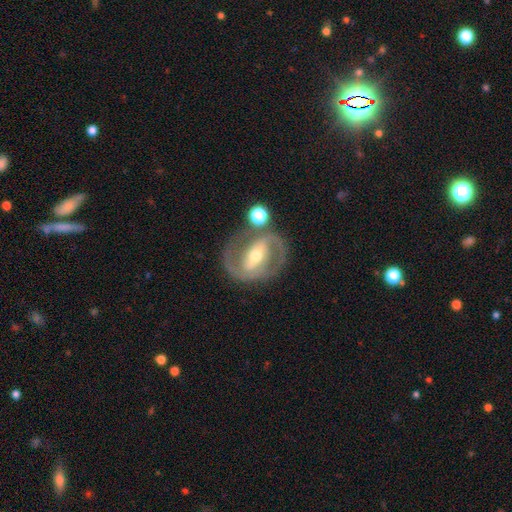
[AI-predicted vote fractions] A featured or disk galaxy (86%) with a strong bar (54%), 2 (89%) medium (52%) spiral arms (91%) and a moderate central bulge (61%).

Vote fractions:
- Smooth or featured? featured or disk: 86% / smooth: 8% / star or artifact: 5%
- Edge-on disk? no: 96% / yes: 4%
- Bar? strong: 54% / weak: 31% / no: 15%
- Spiral arms? yes: 91% / no: 9%
- Spiral winding? medium: 52% / tight: 35% / loose: 13%
- Spiral arm count? 2: 89% / can't tell: 5% / 1: 2% / 3: 2% / 4: 1% / more than 4: 1%
- Bulge size? moderate: 61% / small: 33% / large: 4% / none: 1% / dominant: 1%
- Merging? none: 74% / minor disturbance: 13% / merger: 7% / major disturbance: 6%